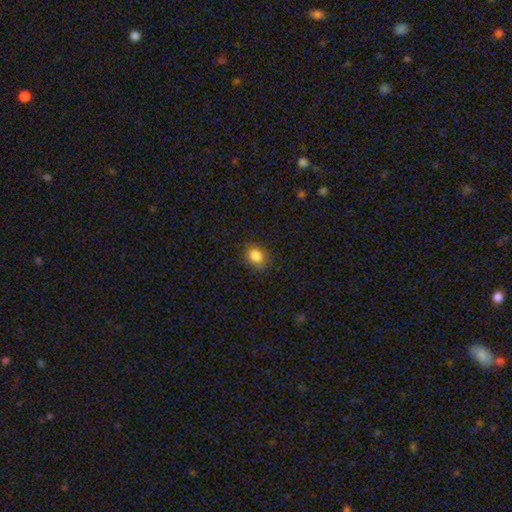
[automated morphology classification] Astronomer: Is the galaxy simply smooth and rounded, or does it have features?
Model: smooth — 84%.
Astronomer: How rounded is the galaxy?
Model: round — 74%.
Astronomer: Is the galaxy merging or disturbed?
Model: none — 84%.